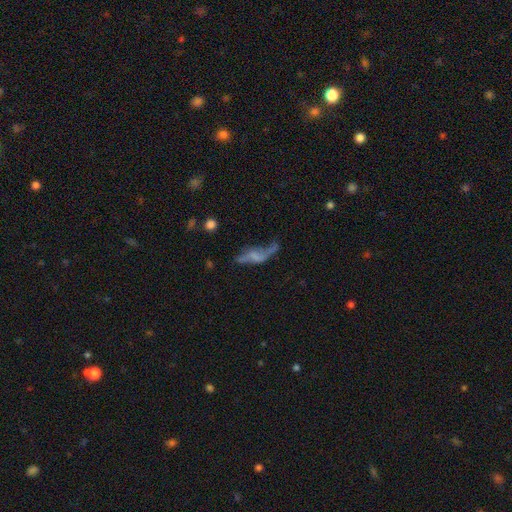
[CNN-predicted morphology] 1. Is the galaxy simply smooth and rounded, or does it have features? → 56% featured or disk, 31% smooth, 13% star or artifact.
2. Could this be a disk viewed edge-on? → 78% no, 22% yes.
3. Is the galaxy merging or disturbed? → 34% major disturbance (tied), 34% none (tied), 22% minor disturbance, 10% merger.